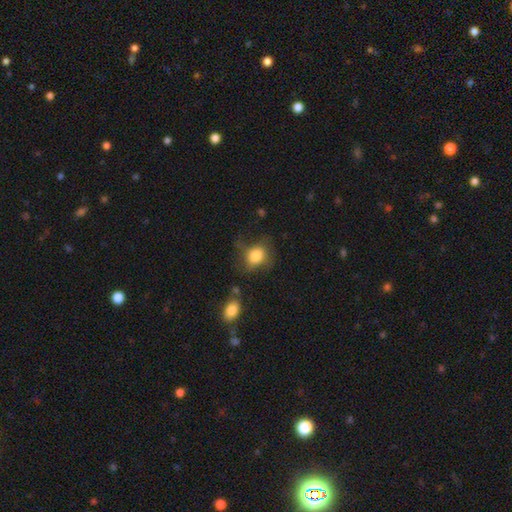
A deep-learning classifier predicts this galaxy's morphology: Smooth or featured: smooth — 81% (featured or disk — 11%)
How rounded: round — 54% (in between — 44%)
Merging: none — 54% (minor disturbance — 26%)